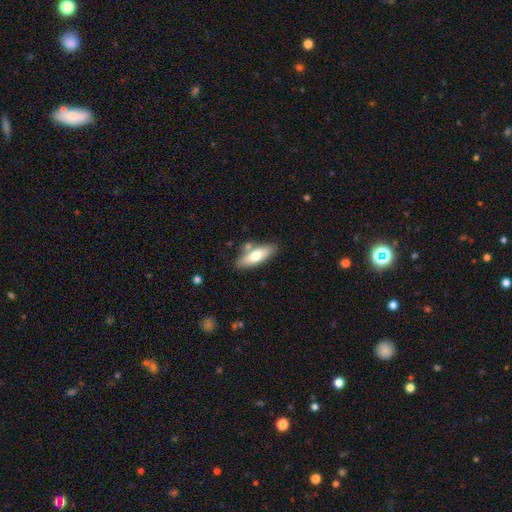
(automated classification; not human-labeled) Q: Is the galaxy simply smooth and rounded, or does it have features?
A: smooth — 65%.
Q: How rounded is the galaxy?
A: in between — 59%.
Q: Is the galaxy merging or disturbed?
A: none — 75%.